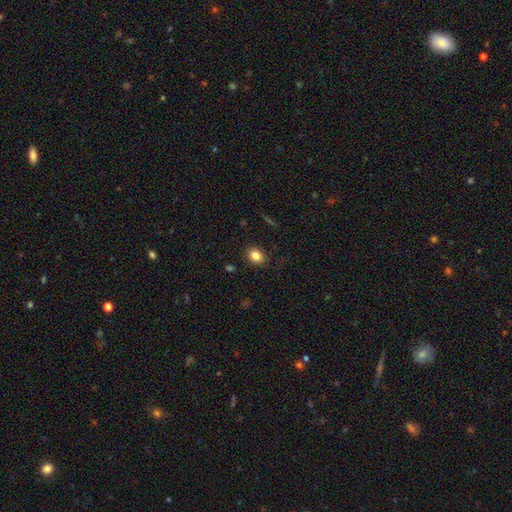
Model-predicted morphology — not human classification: smooth_or_featured: smooth (p=0.83) [alt: star or artifact p=0.10]
how_rounded: round (p=0.54) [alt: in between p=0.45]
merging: none (p=0.84) [alt: minor disturbance p=0.11]